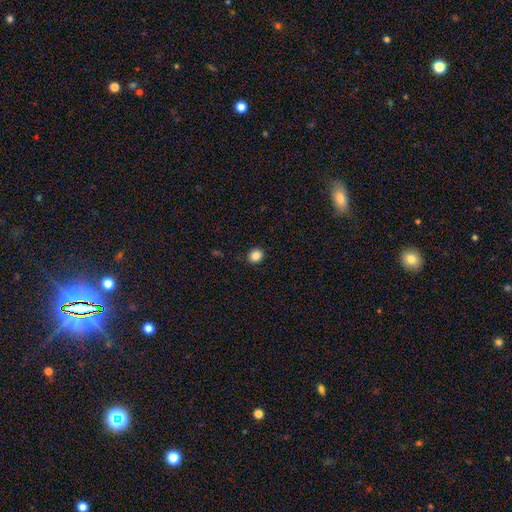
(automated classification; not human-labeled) smooth-or-featured: smooth: 86% | star or artifact: 10% | featured or disk: 4%
  how-rounded: round: 73% | in between: 26% | cigar-shaped: 1%
  merging: none: 91% | minor disturbance: 6% | major disturbance: 2% | merger: 1%